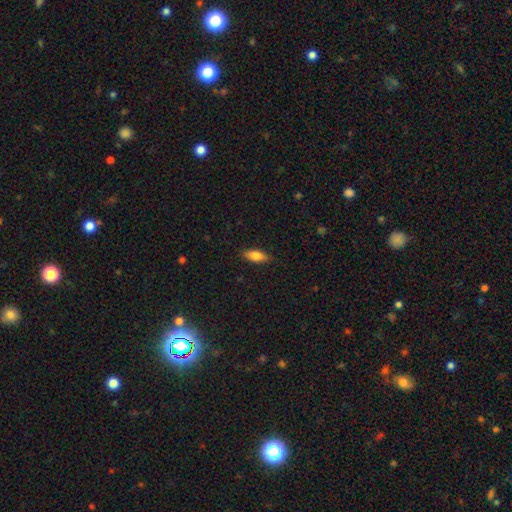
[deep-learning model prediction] A smooth galaxy with no disk features (78%) that is in between round and cigar-shaped (74%). Merging: none (87%).